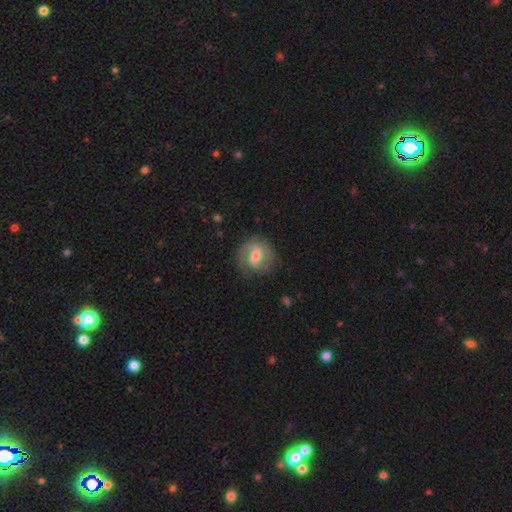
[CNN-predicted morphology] Q: Smooth or featured?
A: featured or disk (83%); runner-up: smooth (12%)
Q: Edge-on disk?
A: no (98%); runner-up: yes (2%)
Q: Bar?
A: weak (53%); runner-up: strong (29%)
Q: Spiral arms?
A: yes (95%); runner-up: no (5%)
Q: Spiral winding?
A: medium (51%); runner-up: tight (32%)
Q: Spiral arm count?
A: 2 (85%); runner-up: can't tell (5%)
Q: Bulge size?
A: moderate (59%); runner-up: small (30%)
Q: Merging?
A: none (78%); runner-up: minor disturbance (15%)